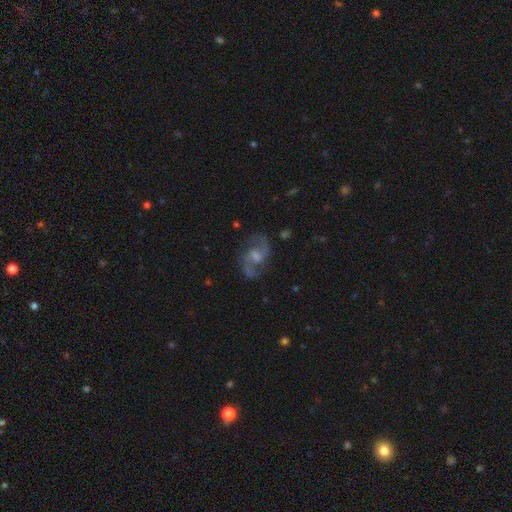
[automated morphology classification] Smooth or featured? Predicted: featured or disk (p=0.86). Edge-on disk? Predicted: no (p=0.98). Bar? Predicted: weak (p=0.57). Spiral arms? Predicted: yes (p=0.96). Spiral winding? Predicted: medium (p=0.50). Spiral arm count? Predicted: 2 (p=0.93). Bulge size? Predicted: moderate (p=0.38). Merging? Predicted: none (p=0.76).